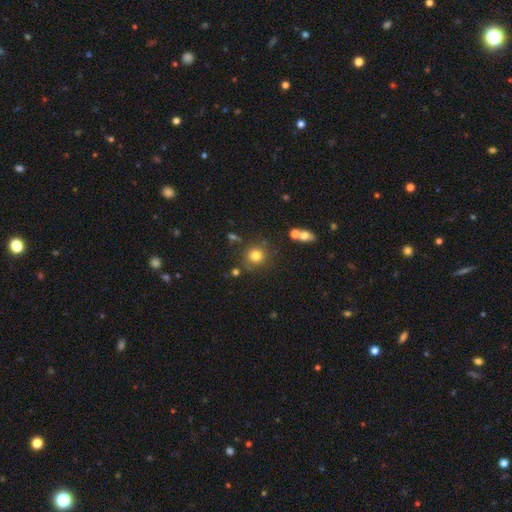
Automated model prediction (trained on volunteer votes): Smooth or featured: smooth — 79% (star or artifact — 13%)
How rounded: round — 89% (in between — 10%)
Merging: none — 79% (minor disturbance — 11%)